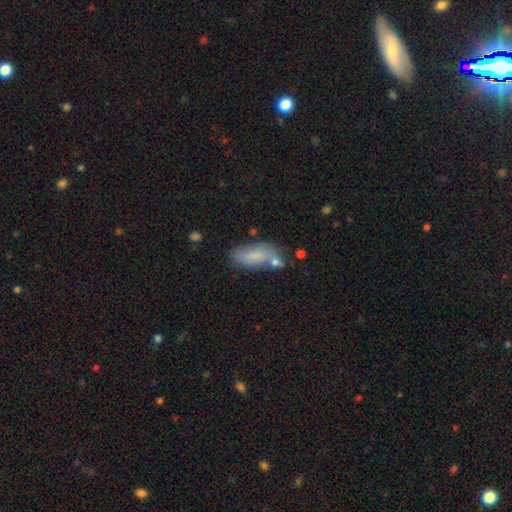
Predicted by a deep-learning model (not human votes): Q: Smooth or featured?
A: smooth (79%); runner-up: featured or disk (13%)
Q: How rounded?
A: in between (76%); runner-up: cigar-shaped (21%)
Q: Merging?
A: none (61%); runner-up: minor disturbance (20%)